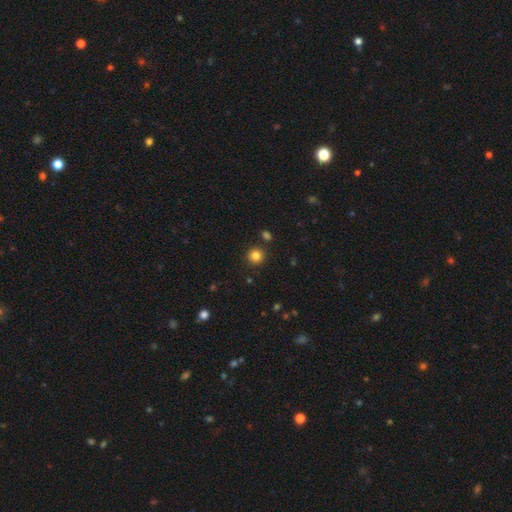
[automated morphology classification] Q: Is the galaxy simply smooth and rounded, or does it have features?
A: smooth — 84%.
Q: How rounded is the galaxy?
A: round — 93%.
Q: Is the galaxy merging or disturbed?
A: none — 88%.